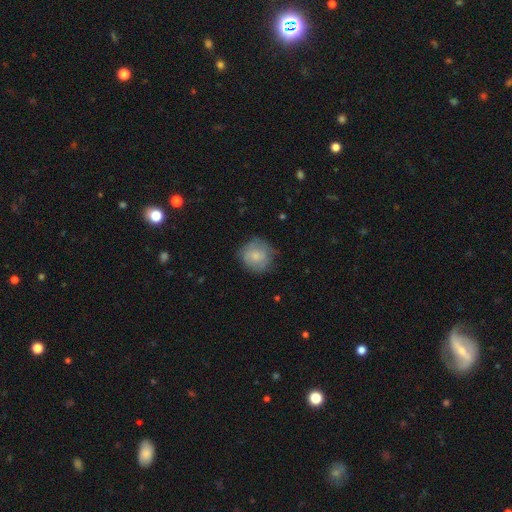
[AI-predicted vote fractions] This is likely a smooth galaxy (70%). How rounded: clearly round (90%). Merging: likely none (69%).